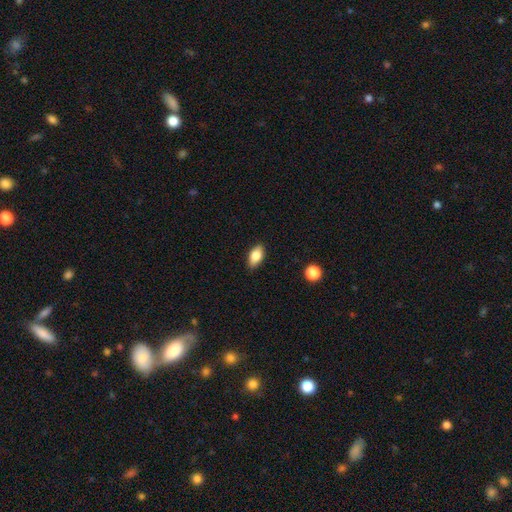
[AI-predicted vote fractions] A smooth galaxy with no disk features (83%) that is in between round and cigar-shaped (90%).

Vote fractions:
- Smooth or featured? smooth: 83% / featured or disk: 10% / star or artifact: 8%
- How rounded? in between: 90% / round: 6% / cigar-shaped: 4%
- Merging? none: 88% / minor disturbance: 9% / major disturbance: 2% / merger: 1%